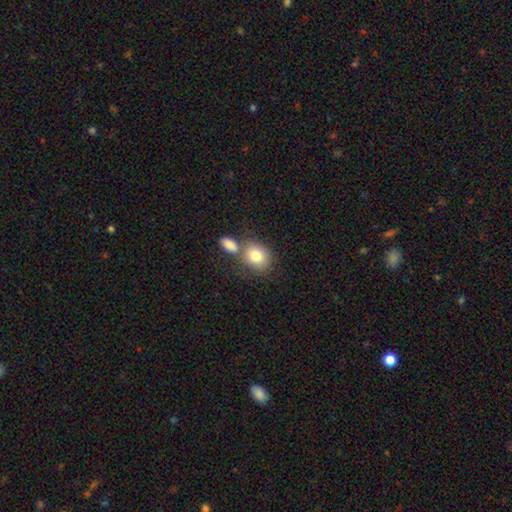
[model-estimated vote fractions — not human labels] This is clearly a smooth galaxy (81%). How rounded: possibly round (52%). Merging: possibly none (48%).